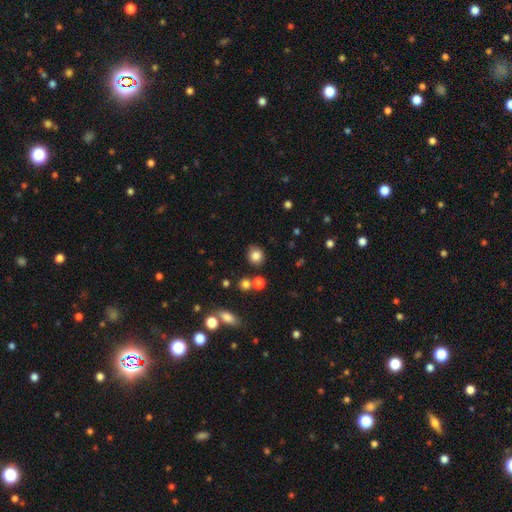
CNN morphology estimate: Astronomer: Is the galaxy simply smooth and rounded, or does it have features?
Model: smooth — 83%.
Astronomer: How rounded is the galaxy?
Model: round — 82%.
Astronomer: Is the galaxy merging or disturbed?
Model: none — 81%.